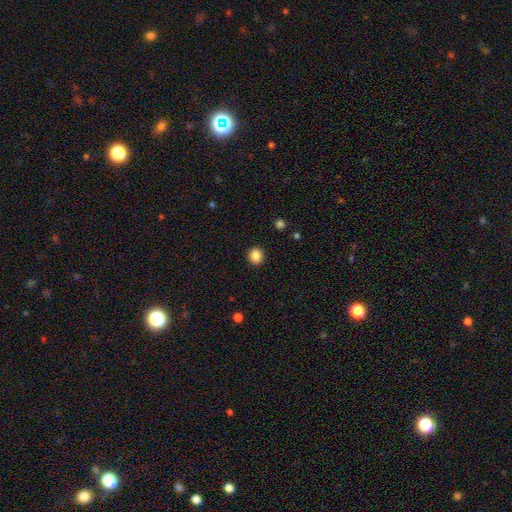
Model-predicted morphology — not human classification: Smooth or featured? smooth (87%)
How rounded? round (86%)
Merging? none (92%)